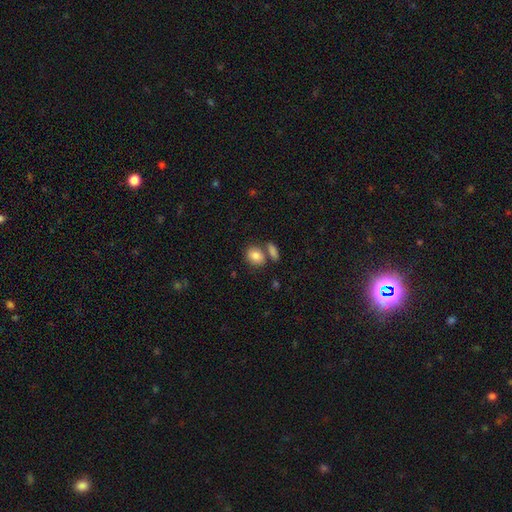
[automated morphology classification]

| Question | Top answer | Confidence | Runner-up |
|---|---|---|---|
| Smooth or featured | smooth | 84% | featured or disk (8%) |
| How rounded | in between | 61% | round (38%) |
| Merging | none | 57% | merger (28%) |